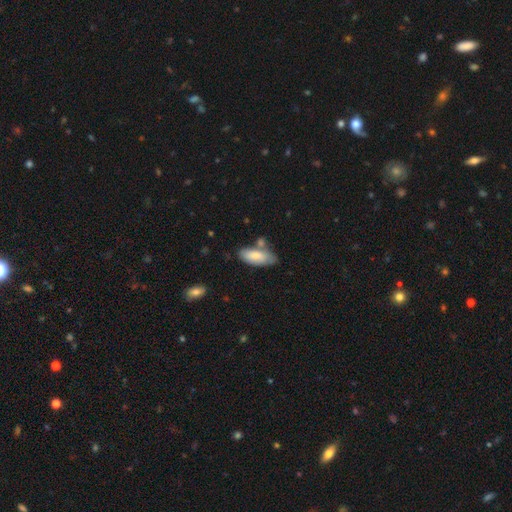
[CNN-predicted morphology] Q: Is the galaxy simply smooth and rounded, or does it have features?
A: smooth — 80%.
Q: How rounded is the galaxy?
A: in between — 83%.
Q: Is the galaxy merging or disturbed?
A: none — 60%.